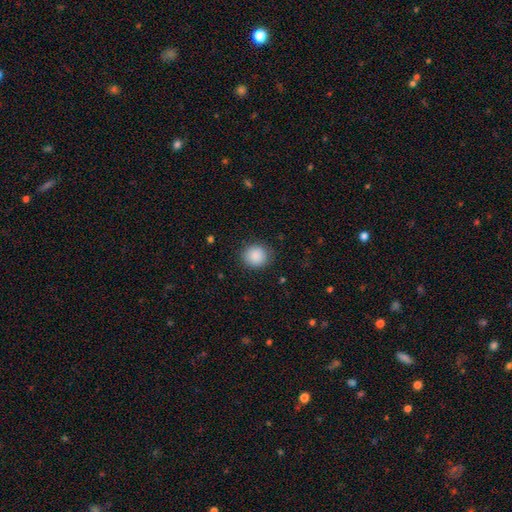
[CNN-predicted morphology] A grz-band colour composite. It shows a smooth galaxy with no disk features (88%) that is round (83%). Merging: none (87%).